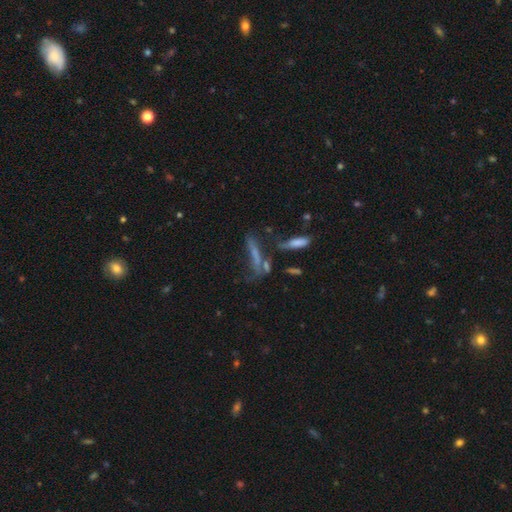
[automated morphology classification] A featured or disk galaxy (42%). Merging: none (36%).